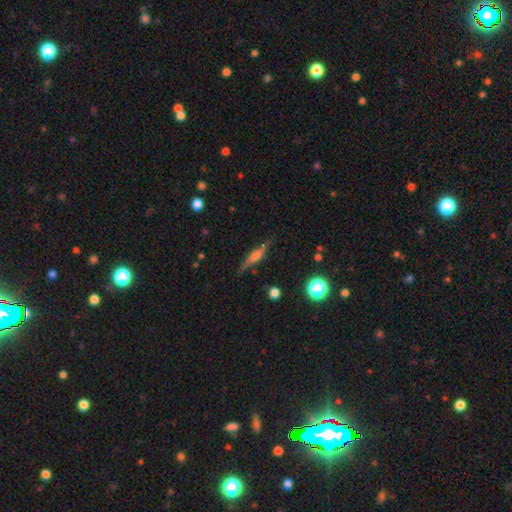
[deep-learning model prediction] This appears to be a featured or disk galaxy (67%) viewed edge-on (96%) with a rounded central bulge (61%). Merging: none (85%).